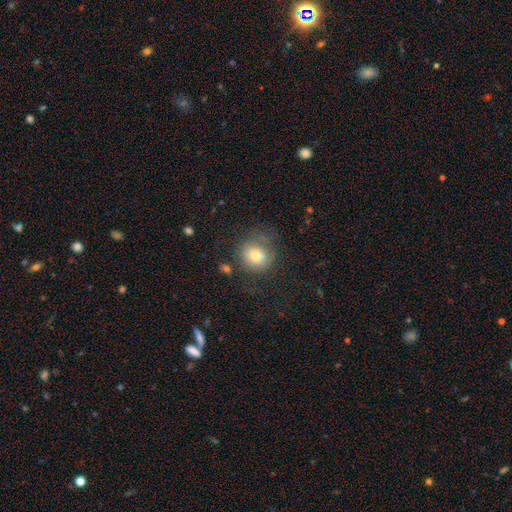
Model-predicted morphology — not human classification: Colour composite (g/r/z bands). It shows a smooth galaxy with no disk features (73%) that is round (79%). Merging: none (62%).